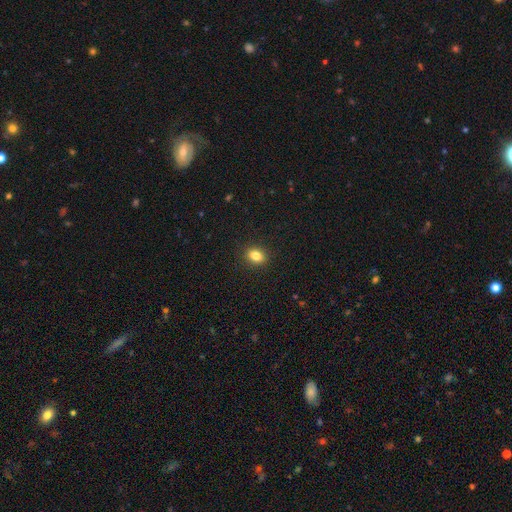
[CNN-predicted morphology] smooth-or-featured: smooth: 83% | star or artifact: 10% | featured or disk: 7%
  how-rounded: in between: 65% | round: 34% | cigar-shaped: 2%
  merging: none: 90% | minor disturbance: 7% | major disturbance: 2% | merger: 1%